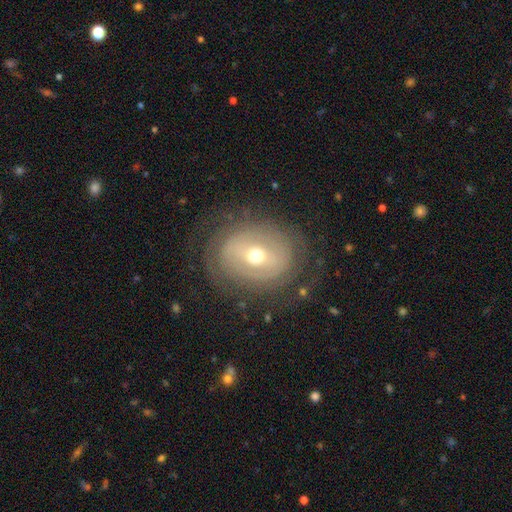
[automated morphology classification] Smooth or featured? featured or disk (67%)
Edge-on disk? no (94%)
Bar? no (48%)
Spiral arms? yes (55%)
Bulge size? moderate (68%)
Merging? none (72%)